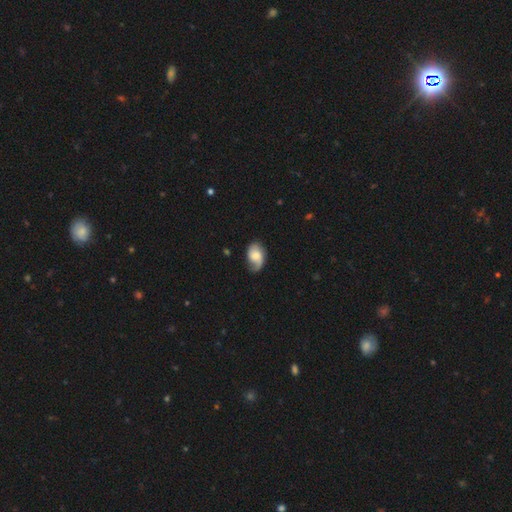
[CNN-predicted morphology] Overall: featured or disk (55%; smooth 38%). Edge-on disk: no (96%). Bar: no (62%; weak 33%). Spiral arms: yes (90%). Bulge size: moderate (45%; small 28%). Merging: none (62%; minor disturbance 26%).